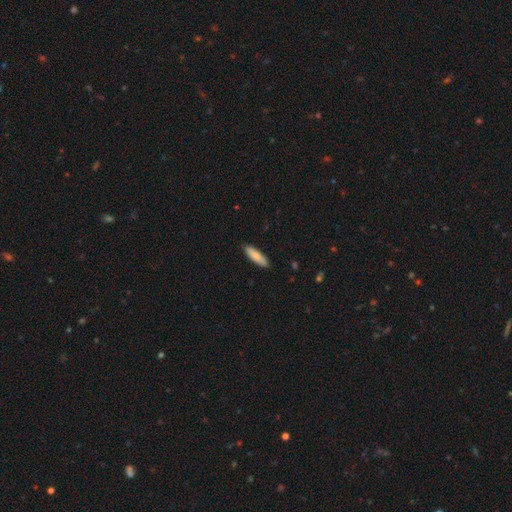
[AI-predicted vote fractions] This is clearly a smooth galaxy (81%). How rounded: likely cigar-shaped (61%). Merging: clearly none (89%).